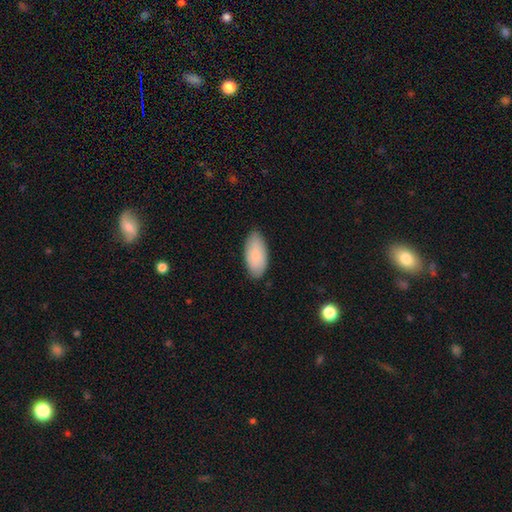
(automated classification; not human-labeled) Smooth or featured? Predicted: smooth (p=0.84). How rounded? Predicted: in between (p=0.93). Merging? Predicted: none (p=0.83).